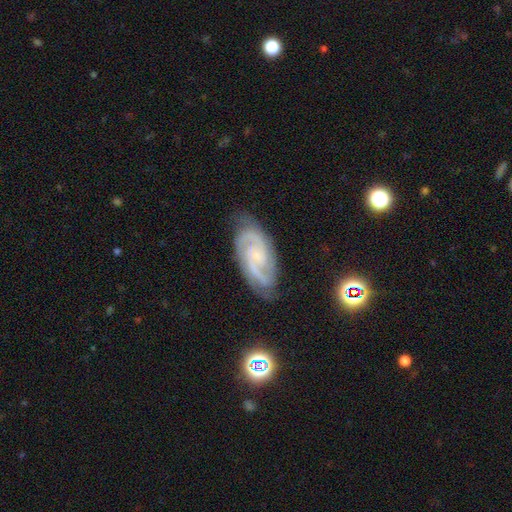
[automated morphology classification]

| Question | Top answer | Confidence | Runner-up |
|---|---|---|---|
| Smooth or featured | featured or disk | 87% | smooth (7%) |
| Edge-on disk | no | 96% | yes (4%) |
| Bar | no | 53% | weak (38%) |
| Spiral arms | yes | 98% | no (2%) |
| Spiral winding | tight | 48% | medium (44%) |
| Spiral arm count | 2 | 64% | 3 (20%) |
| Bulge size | small | 62% | none (21%) |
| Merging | none | 79% | minor disturbance (15%) |